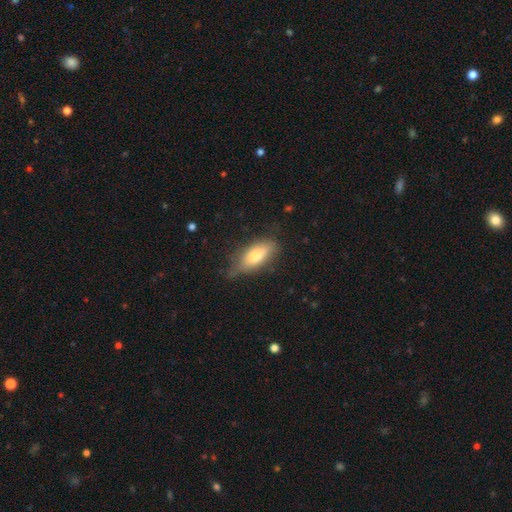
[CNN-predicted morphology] Smooth or featured: smooth — 72% (featured or disk — 21%)
How rounded: in between — 76% (cigar-shaped — 21%)
Merging: none — 63% (minor disturbance — 29%)